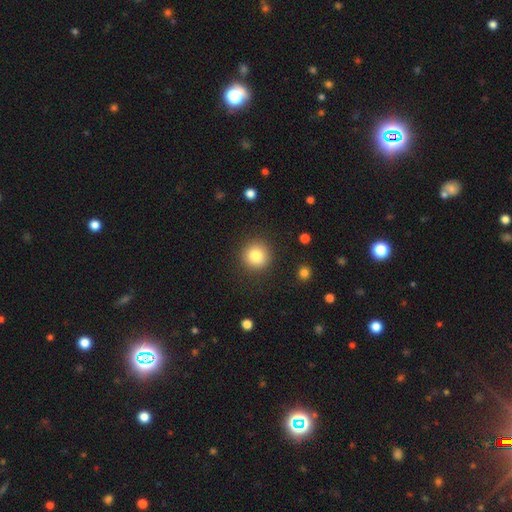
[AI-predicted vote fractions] Q: Smooth or featured?
A: smooth (82%); runner-up: star or artifact (10%)
Q: How rounded?
A: round (94%); runner-up: in between (5%)
Q: Merging?
A: none (89%); runner-up: minor disturbance (7%)